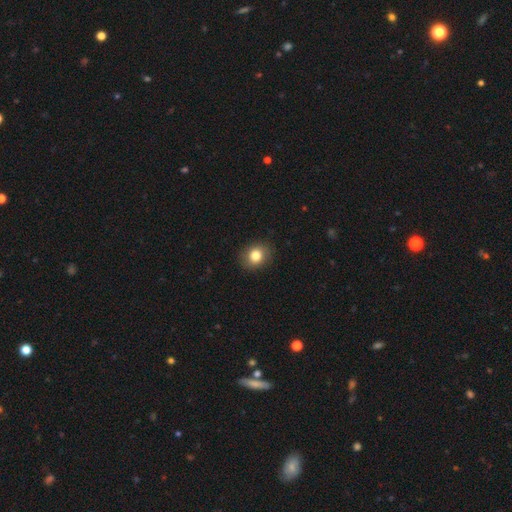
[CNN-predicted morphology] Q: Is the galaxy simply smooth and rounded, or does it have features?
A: smooth — 82%.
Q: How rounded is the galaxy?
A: round — 63%.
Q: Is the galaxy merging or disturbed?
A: none — 88%.